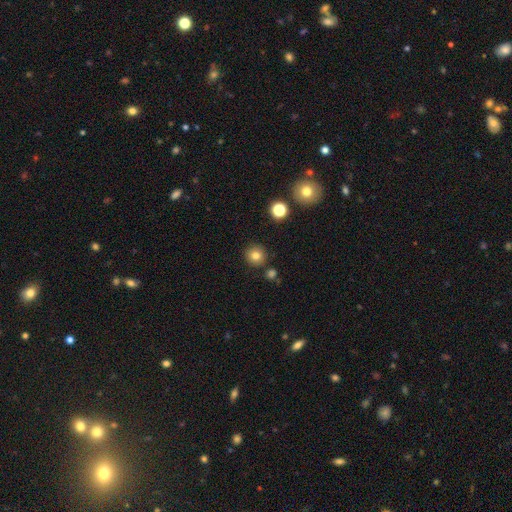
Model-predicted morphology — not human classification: type=smooth (80%); roundness=round (94%); merging=none (87%).